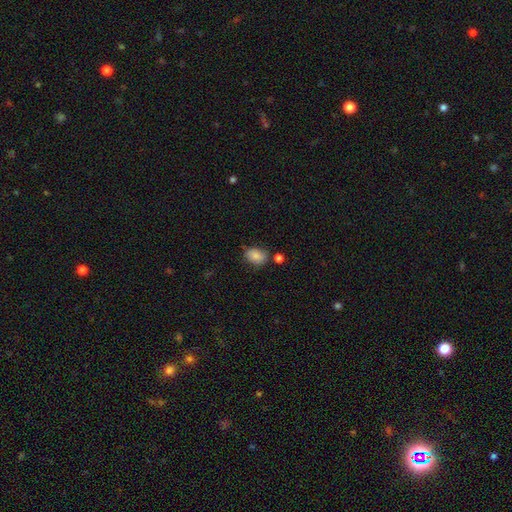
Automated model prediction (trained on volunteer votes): Smooth or featured?
  - smooth: 84% *
  - star or artifact: 8%
  - featured or disk: 8%
How rounded?
  - in between: 73% *
  - round: 26%
  - cigar-shaped: 1%
Merging?
  - none: 69% *
  - minor disturbance: 18%
  - merger: 9%
  - major disturbance: 4%